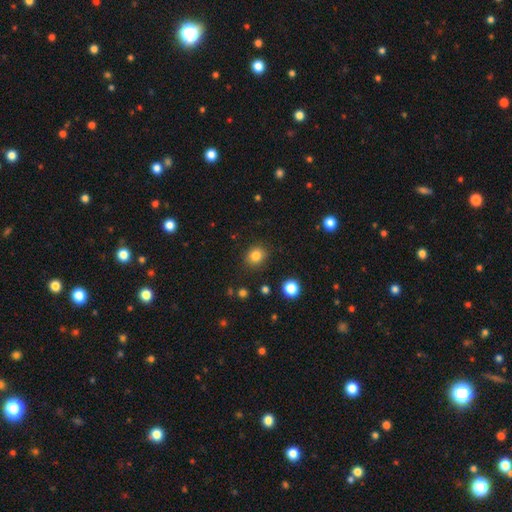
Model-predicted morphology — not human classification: Smooth or featured? Predicted: smooth (p=0.83). How rounded? Predicted: round (p=0.70). Merging? Predicted: none (p=0.86).